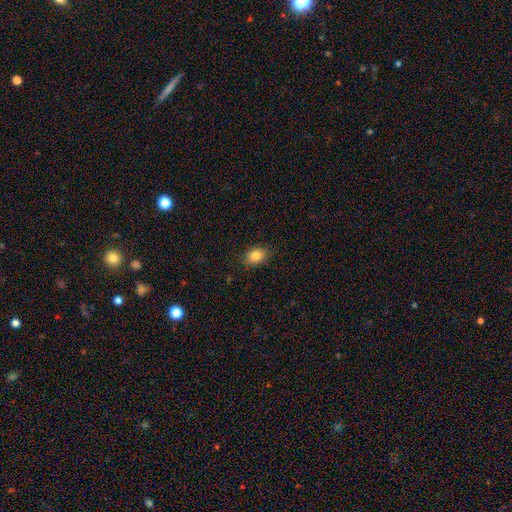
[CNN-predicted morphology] This is clearly a smooth galaxy (83%). How rounded: likely in between (69%). Merging: clearly none (86%).